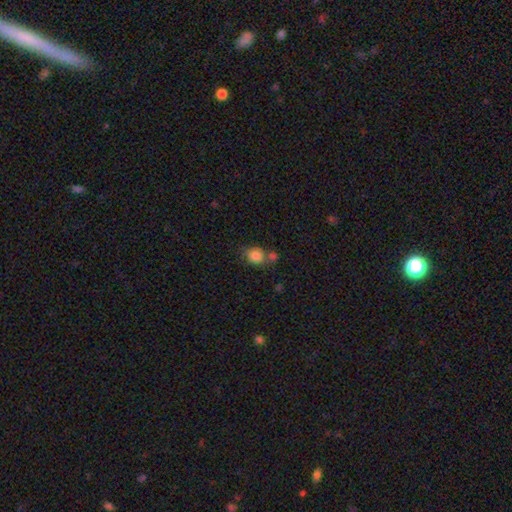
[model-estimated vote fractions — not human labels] Overall: smooth (83%). How rounded: round (67%; in between 32%). Merging: none (52%; merger 28%).